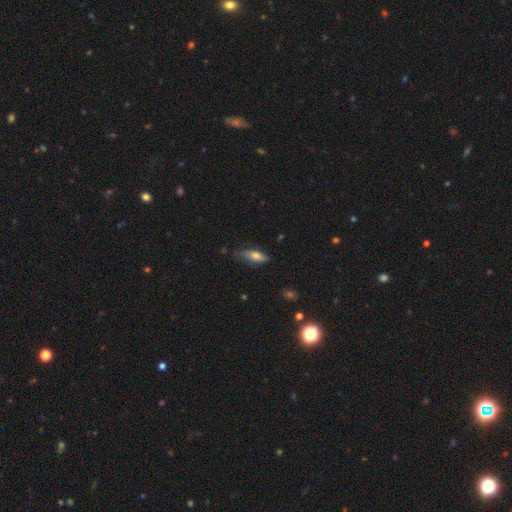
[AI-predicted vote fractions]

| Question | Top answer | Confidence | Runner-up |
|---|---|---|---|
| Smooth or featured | smooth | 62% | featured or disk (30%) |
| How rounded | in between | 52% | cigar-shaped (45%) |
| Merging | none | 64% | minor disturbance (28%) |